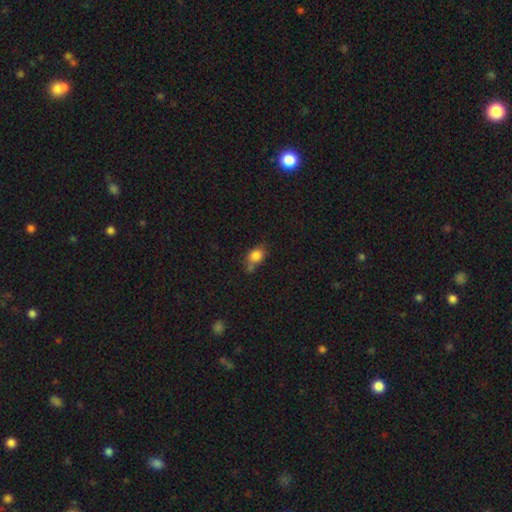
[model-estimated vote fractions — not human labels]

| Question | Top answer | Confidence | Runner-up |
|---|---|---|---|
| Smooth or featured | smooth | 81% | star or artifact (10%) |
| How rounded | in between | 61% | round (37%) |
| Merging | none | 50% | minor disturbance (25%) |